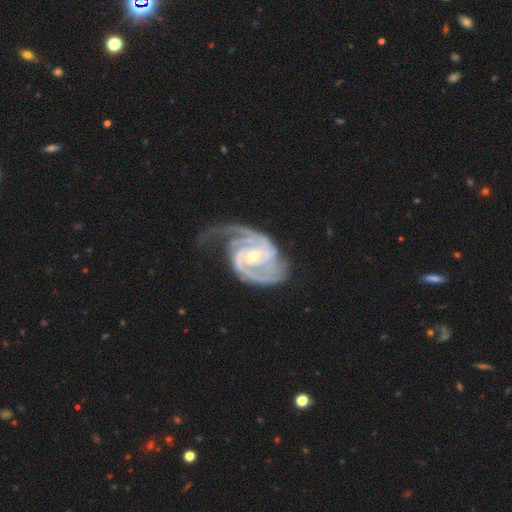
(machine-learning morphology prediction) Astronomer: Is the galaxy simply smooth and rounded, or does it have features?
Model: featured or disk — 93%.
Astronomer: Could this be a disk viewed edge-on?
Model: no — 98%.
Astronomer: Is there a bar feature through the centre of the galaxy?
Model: no — 39%, tied with weak at 39%.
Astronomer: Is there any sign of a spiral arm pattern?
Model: yes — 98%.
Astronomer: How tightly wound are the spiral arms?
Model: tight — 45% (runner-up: medium, 44%).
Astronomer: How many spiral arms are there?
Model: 2 — 55%.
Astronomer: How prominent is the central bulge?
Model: small — 60% (runner-up: moderate, 37%).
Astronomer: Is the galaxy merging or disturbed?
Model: none — 52%.